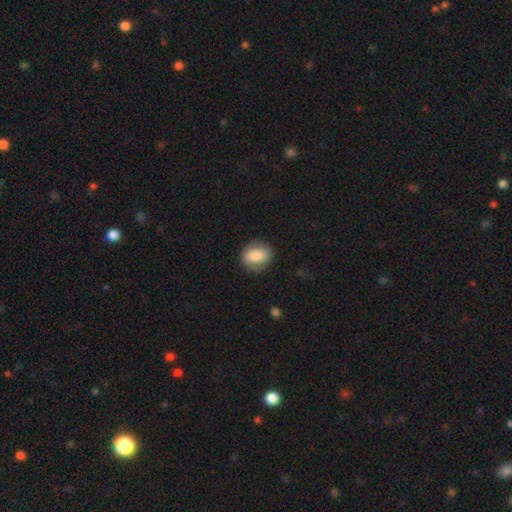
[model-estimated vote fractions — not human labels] Smooth or featured? Predicted: smooth (p=0.79). How rounded? Predicted: in between (p=0.57). Merging? Predicted: none (p=0.81).